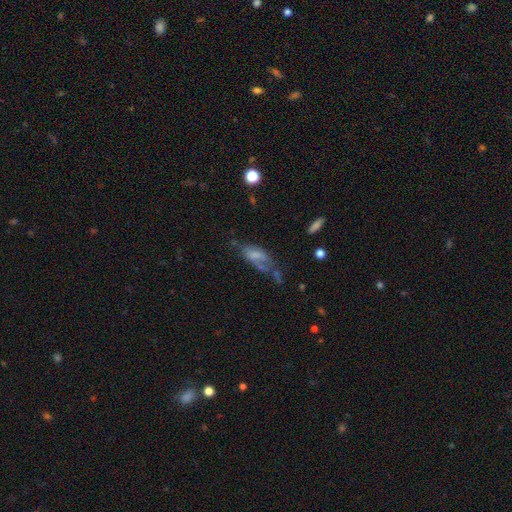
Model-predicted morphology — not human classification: This is possibly a smooth galaxy (50%). Merging: marginally major disturbance (32%).